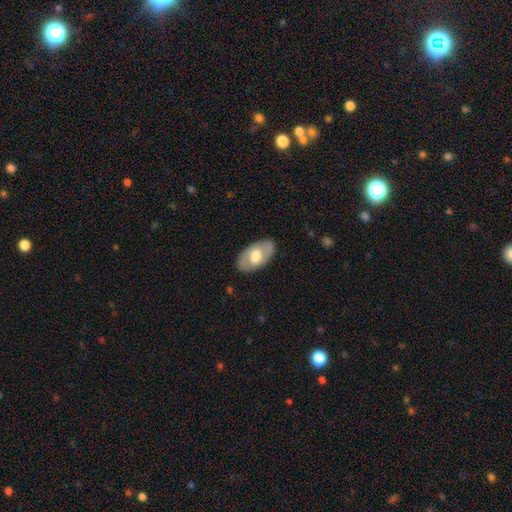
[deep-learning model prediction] smooth 50%, featured or disk 45%, star or artifact 5%. Down the decision tree: merging — none (83%).